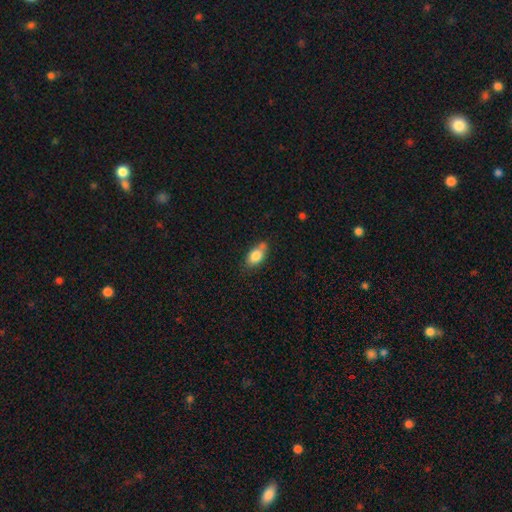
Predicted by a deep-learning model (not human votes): A smooth galaxy with no disk features (80%) that is in between round and cigar-shaped (86%). Merging: none (57%).